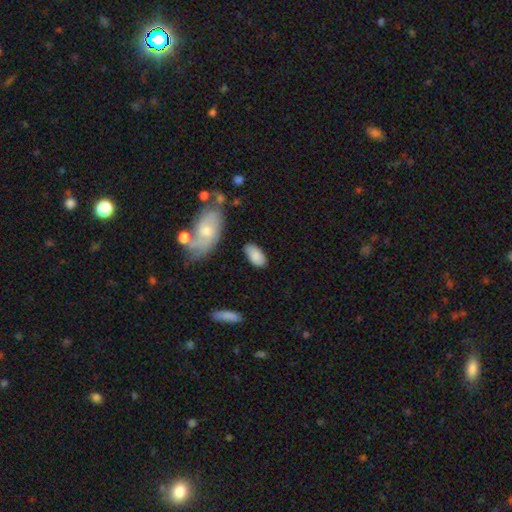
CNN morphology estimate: smooth_or_featured: smooth (p=0.82) [alt: featured or disk p=0.11]
how_rounded: in between (p=0.94) [alt: cigar-shaped p=0.03]
merging: none (p=0.75) [alt: minor disturbance p=0.16]